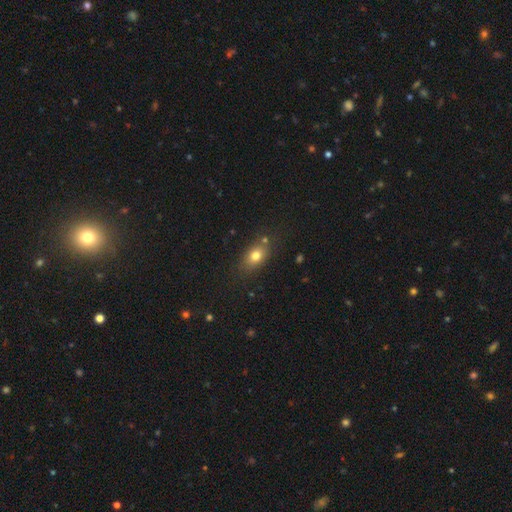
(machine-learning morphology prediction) smooth-or-featured: smooth: 76% | featured or disk: 12% | star or artifact: 11%
  how-rounded: in between: 75% | round: 21% | cigar-shaped: 4%
  merging: none: 74% | minor disturbance: 15% | merger: 6% | major disturbance: 4%